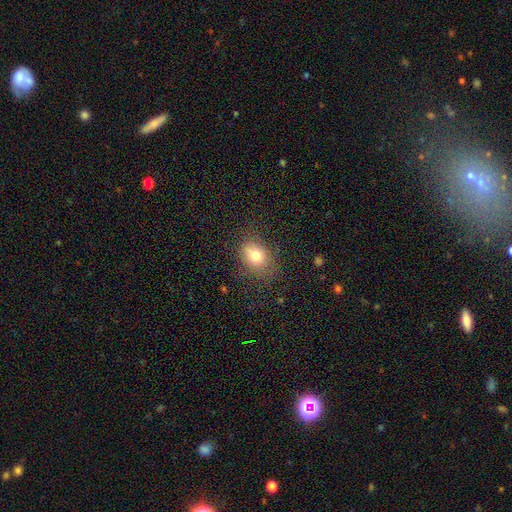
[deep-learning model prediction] smooth-or-featured: smooth: 75% | featured or disk: 13% | star or artifact: 12%
  how-rounded: in between: 64% | round: 35% | cigar-shaped: 1%
  merging: none: 70% | minor disturbance: 20% | major disturbance: 8% | merger: 1%